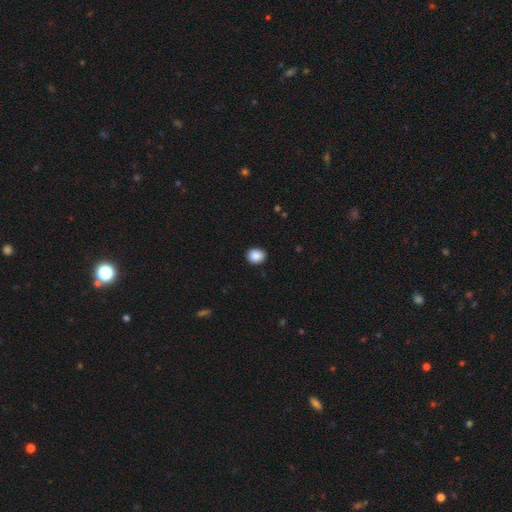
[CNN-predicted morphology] A smooth galaxy with no disk features (89%) that is round (63%). Merging: none (90%).